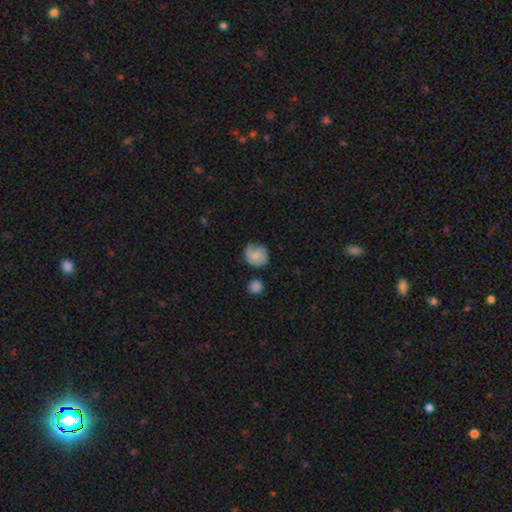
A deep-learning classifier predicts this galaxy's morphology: type=smooth (54%); roundness=round (76%); merging=none (65%).